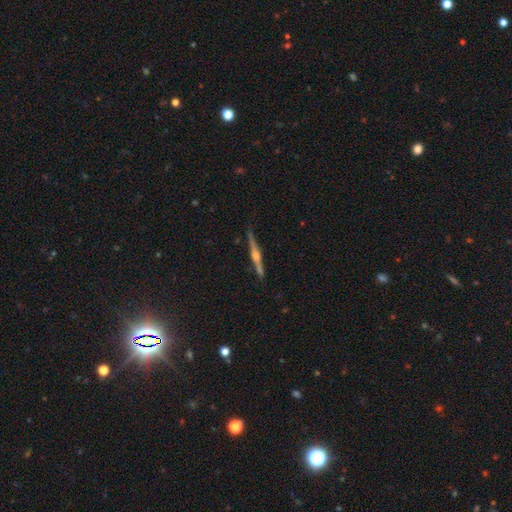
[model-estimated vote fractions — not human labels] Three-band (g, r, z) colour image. It shows a featured or disk galaxy (83%) viewed edge-on (98%) with a rounded central bulge (87%). Merging: none (89%).